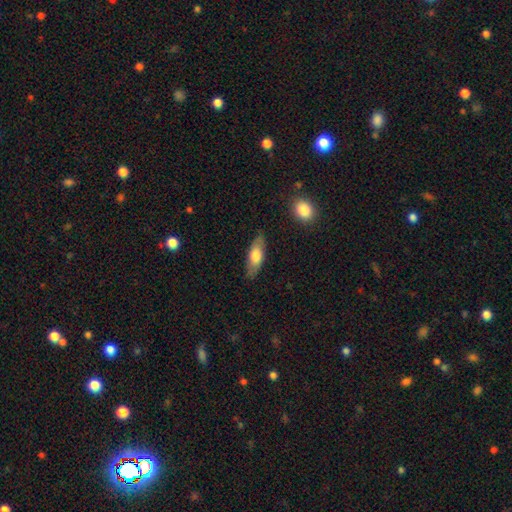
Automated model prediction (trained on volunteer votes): smooth 68%, featured or disk 27%, star or artifact 6%. Down the decision tree: how rounded — in between (68%); merging — none (82%).